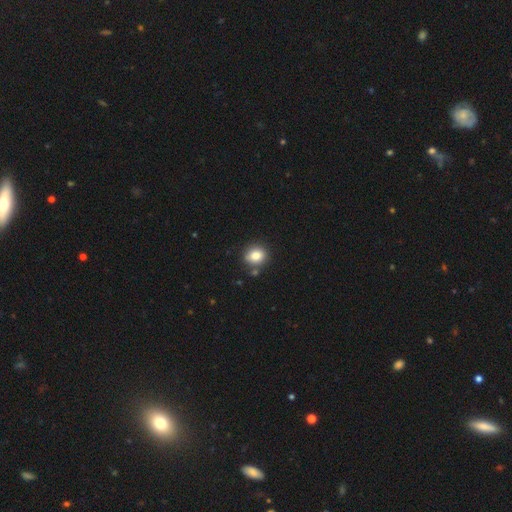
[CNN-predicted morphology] type=smooth (82%); roundness=round (73%); merging=none (80%).